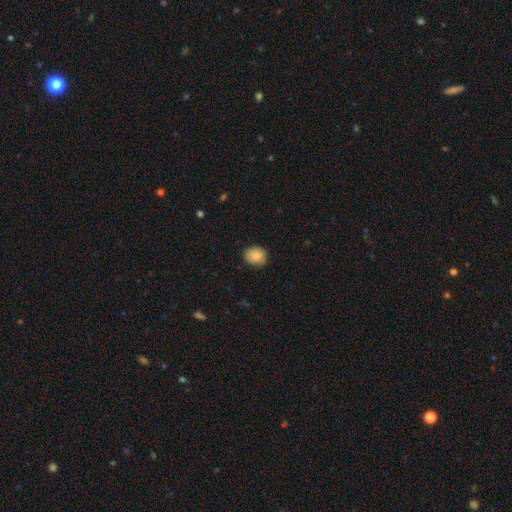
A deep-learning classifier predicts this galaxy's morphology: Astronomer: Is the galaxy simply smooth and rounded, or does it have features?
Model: smooth — 84%.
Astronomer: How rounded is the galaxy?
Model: round — 65%.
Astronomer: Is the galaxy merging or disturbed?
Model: none — 82%.